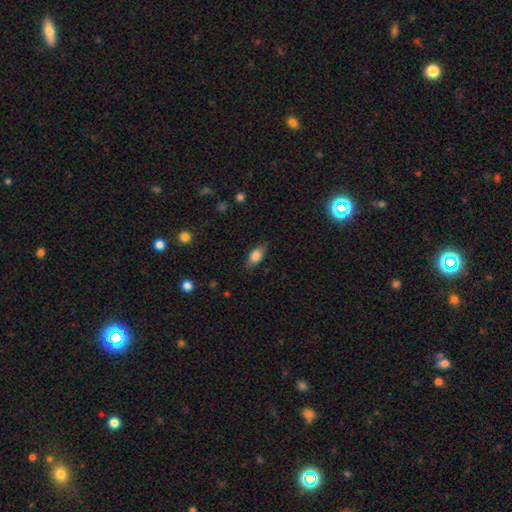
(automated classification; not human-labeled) A smooth galaxy with no disk features (82%) that is in between round and cigar-shaped (86%). Merging: none (80%).